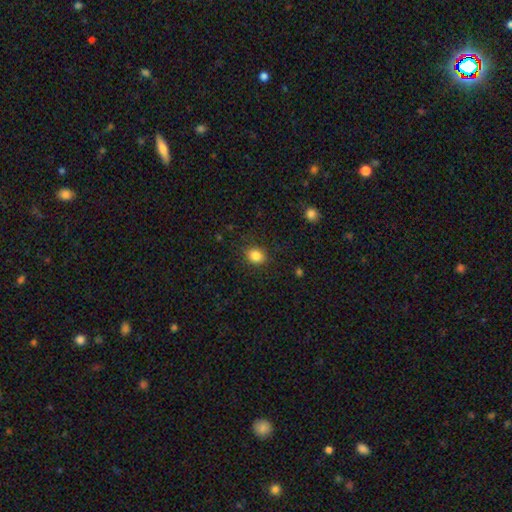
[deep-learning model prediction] This appears to be a smooth galaxy with no disk features (84%) that is round (58%). Merging: none (85%).